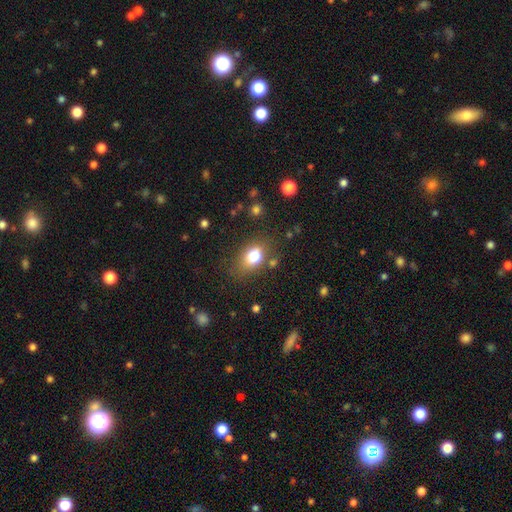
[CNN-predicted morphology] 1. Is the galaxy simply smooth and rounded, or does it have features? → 75% smooth, 16% star or artifact, 9% featured or disk.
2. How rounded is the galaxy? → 67% in between, 31% round, 2% cigar-shaped.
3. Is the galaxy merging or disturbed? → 81% none, 12% minor disturbance, 4% major disturbance, 3% merger.